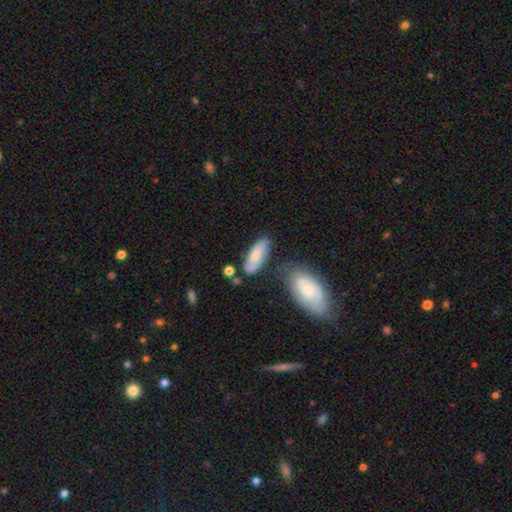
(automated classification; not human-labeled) smooth_or_featured: smooth (p=0.65) [alt: featured or disk p=0.29]
how_rounded: in between (p=0.76) [alt: cigar-shaped p=0.22]
merging: none (p=0.61) [alt: minor disturbance p=0.20]